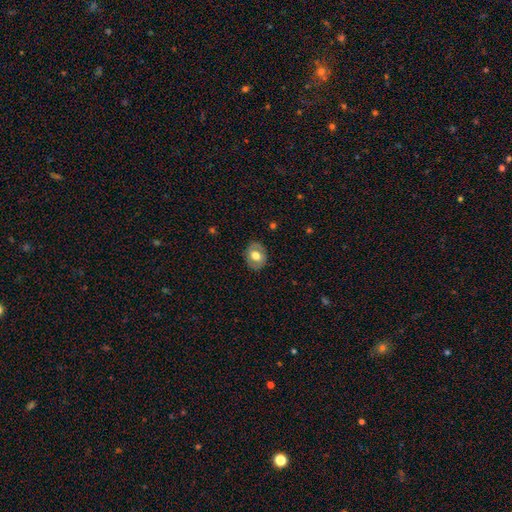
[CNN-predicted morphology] Smooth or featured?
  - smooth: 55% *
  - featured or disk: 38%
  - star or artifact: 7%
How rounded?
  - round: 50% *
  - in between: 49%
  - cigar-shaped: 1%
Merging?
  - none: 83% *
  - minor disturbance: 12%
  - major disturbance: 4%
  - merger: 1%